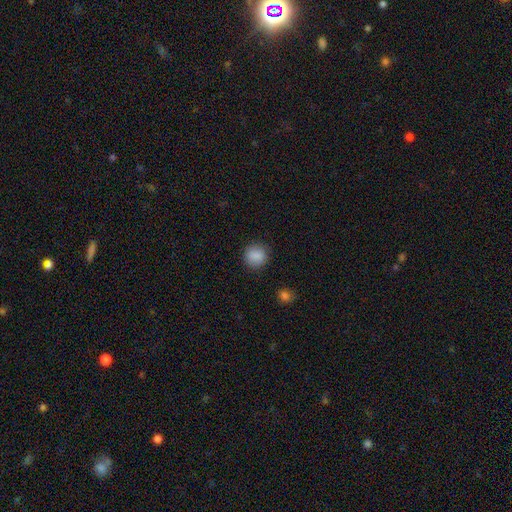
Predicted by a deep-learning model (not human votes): Smooth or featured? smooth (87%)
How rounded? round (88%)
Merging? none (89%)